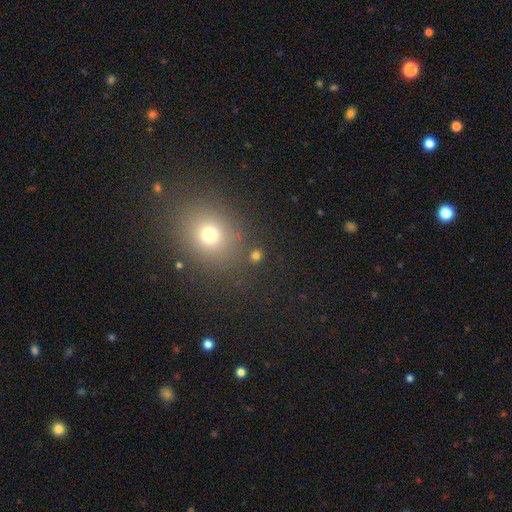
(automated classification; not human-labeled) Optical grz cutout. It shows a smooth galaxy with no disk features (73%) that is round (83%). Merging: none (82%).